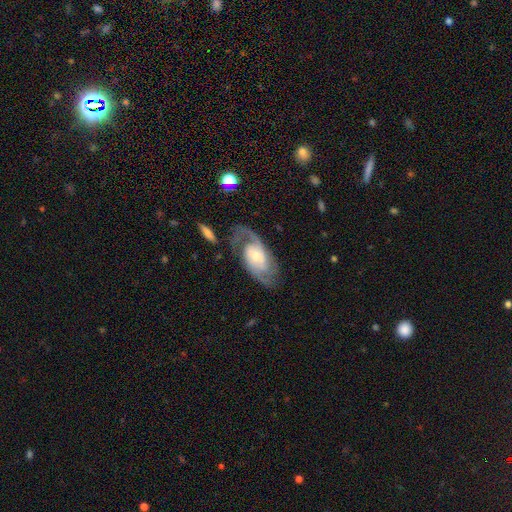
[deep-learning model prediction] Smooth or featured: featured or disk — 86% (smooth — 9%)
Edge-on disk: no — 95% (yes — 5%)
Bar: no — 50% (weak — 38%)
Spiral arms: yes — 96% (no — 4%)
Spiral winding: medium — 48% (tight — 33%)
Spiral arm count: 2 — 75% (can't tell — 9%)
Bulge size: small — 48% (moderate — 43%)
Merging: none — 69% (minor disturbance — 17%)